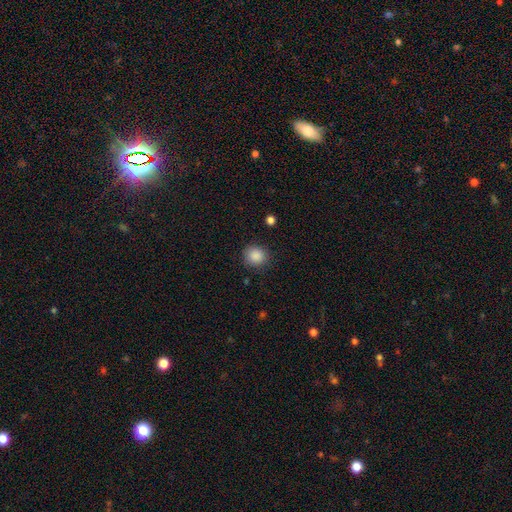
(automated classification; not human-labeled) smooth 88%, star or artifact 9%, featured or disk 3%. Down the decision tree: how rounded — round (86%); merging — none (86%).